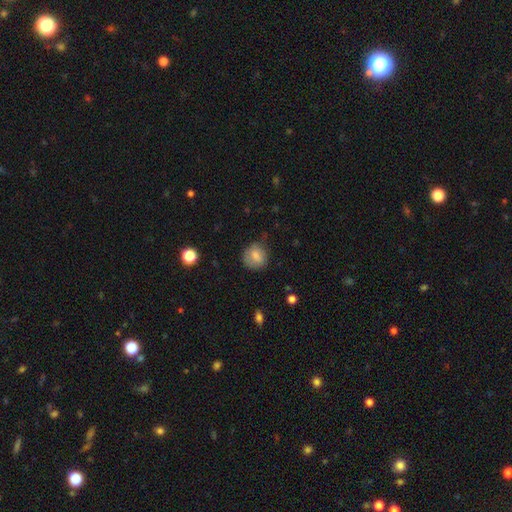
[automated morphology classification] The model was most divided on "merging": none: 69%, minor disturbance: 23%, major disturbance: 7%, merger: 1%. More confident: how rounded — round (78%); smooth or featured — smooth (77%).